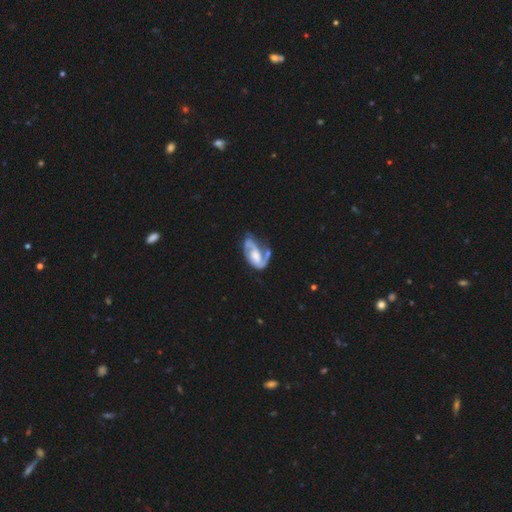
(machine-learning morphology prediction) type=featured or disk (85%); edge-on=no (97%); bar=no (45%); spiral arms=yes (96%); winding=medium (48%); arm count=2 (79%); bulge=moderate (47%); merging=none (45%).